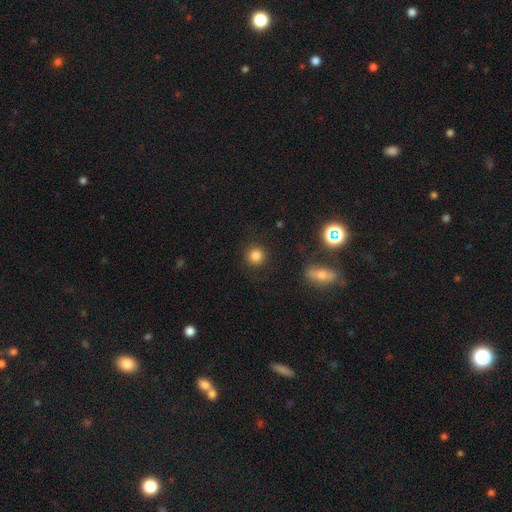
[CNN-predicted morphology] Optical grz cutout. It shows a smooth galaxy with no disk features (83%) that is round (93%). Merging: none (89%).